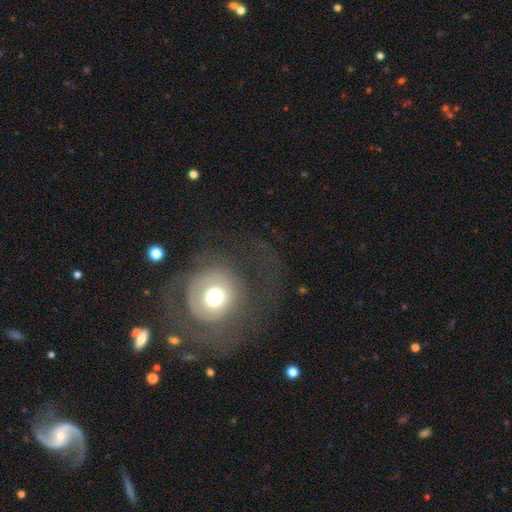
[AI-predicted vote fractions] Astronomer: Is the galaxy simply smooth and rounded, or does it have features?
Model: featured or disk — 52% (runner-up: smooth, 34%).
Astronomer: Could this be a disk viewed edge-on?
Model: no — 96%.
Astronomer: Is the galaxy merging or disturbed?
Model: none — 67%.